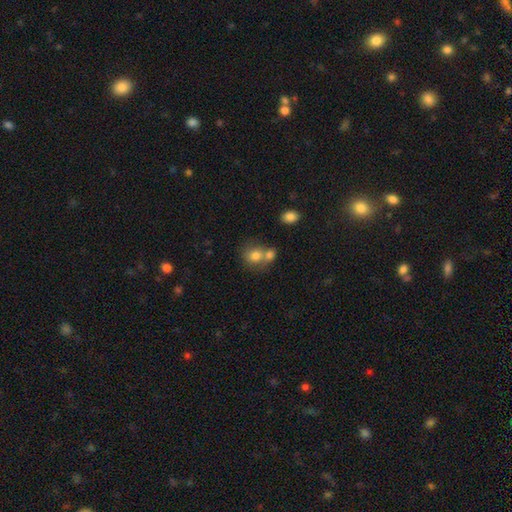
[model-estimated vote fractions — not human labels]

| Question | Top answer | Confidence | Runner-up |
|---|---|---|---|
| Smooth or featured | smooth | 77% | featured or disk (13%) |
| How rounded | round | 72% | in between (27%) |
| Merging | merger | 48% | none (40%) |